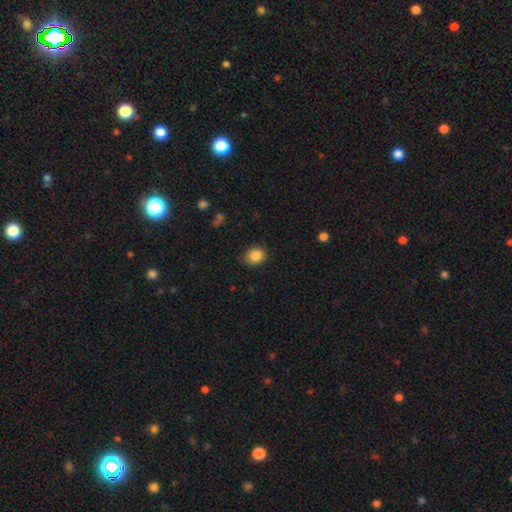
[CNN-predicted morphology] A smooth galaxy with no disk features (86%) that is round (63%).

Vote fractions:
- Smooth or featured? smooth: 86% / star or artifact: 10% / featured or disk: 4%
- How rounded? round: 63% / in between: 36% / cigar-shaped: 1%
- Merging? none: 83% / minor disturbance: 13% / major disturbance: 3% / merger: 1%